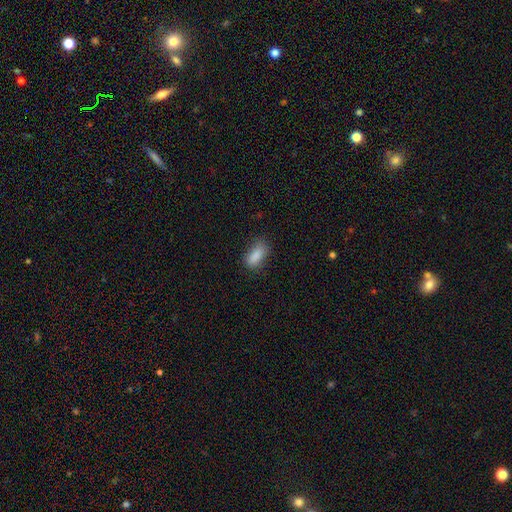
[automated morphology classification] Smooth or featured: smooth — 87% (star or artifact — 8%)
How rounded: in between — 85% (cigar-shaped — 12%)
Merging: none — 73% (minor disturbance — 20%)